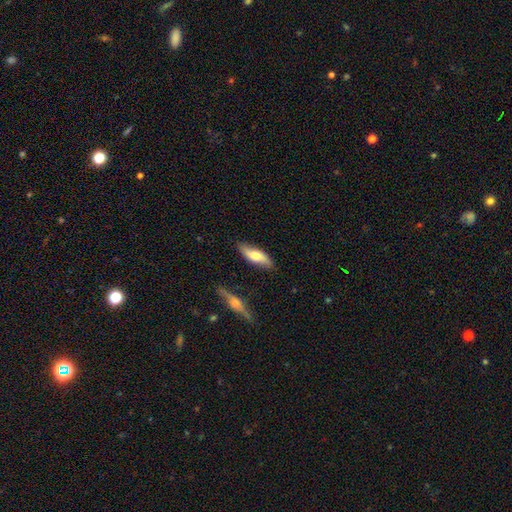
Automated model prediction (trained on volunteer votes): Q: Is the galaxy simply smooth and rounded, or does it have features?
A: smooth — 58%.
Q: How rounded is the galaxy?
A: in between — 59%.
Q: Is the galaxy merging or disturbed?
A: none — 82%.